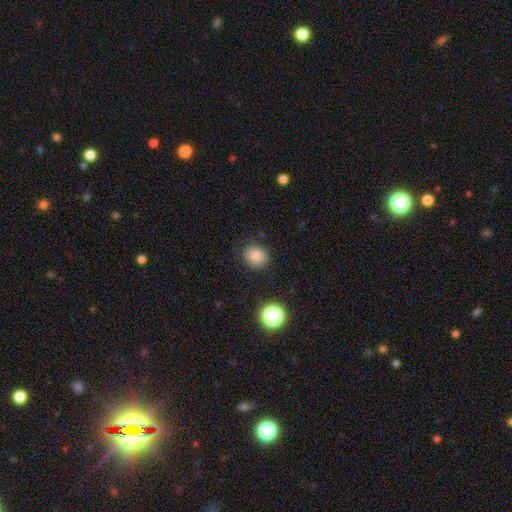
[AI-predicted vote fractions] smooth 83%, star or artifact 12%, featured or disk 6%. Down the decision tree: how rounded — round (67%); merging — none (82%).